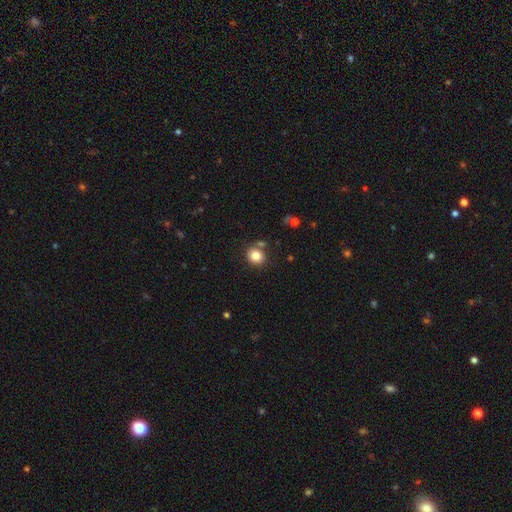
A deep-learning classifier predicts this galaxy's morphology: This appears to be a smooth galaxy with no disk features (83%) that is round (76%). Merging: none (74%).